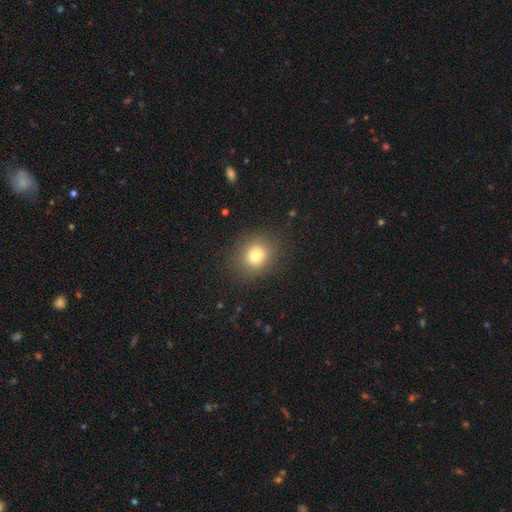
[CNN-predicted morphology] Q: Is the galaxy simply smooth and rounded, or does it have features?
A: smooth — 78%.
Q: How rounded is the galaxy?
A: round — 72%.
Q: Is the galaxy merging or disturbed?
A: none — 85%.